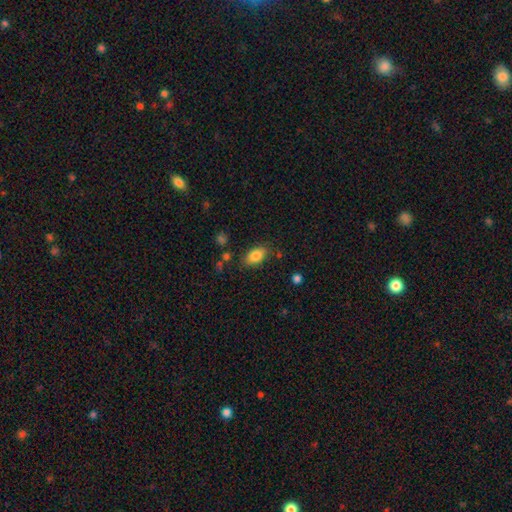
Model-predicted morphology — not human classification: Smooth or featured: smooth — 84% (featured or disk — 9%)
How rounded: in between — 90% (round — 7%)
Merging: none — 80% (minor disturbance — 14%)